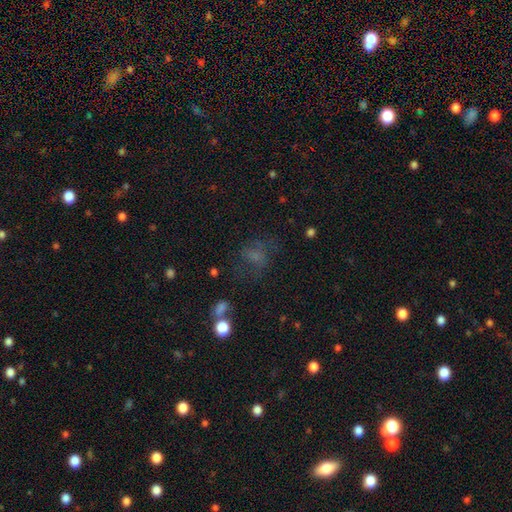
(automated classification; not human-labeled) Smooth or featured? Predicted: smooth (p=0.50). How rounded? Predicted: in between (p=0.49, tied with round). Merging? Predicted: none (p=0.51).